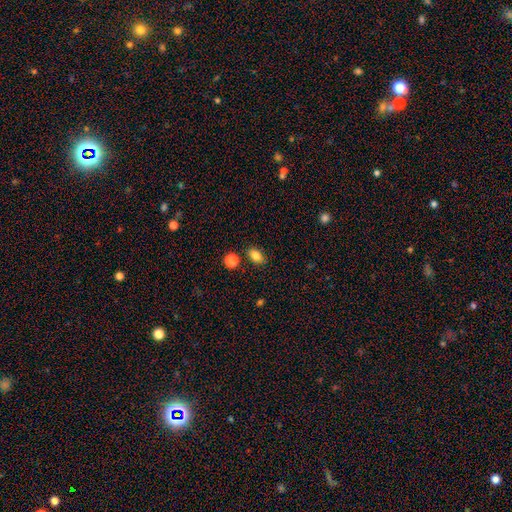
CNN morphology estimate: smooth_or_featured: smooth (p=0.84) [alt: star or artifact p=0.10]
how_rounded: in between (p=0.80) [alt: round p=0.18]
merging: none (p=0.82) [alt: minor disturbance p=0.11]